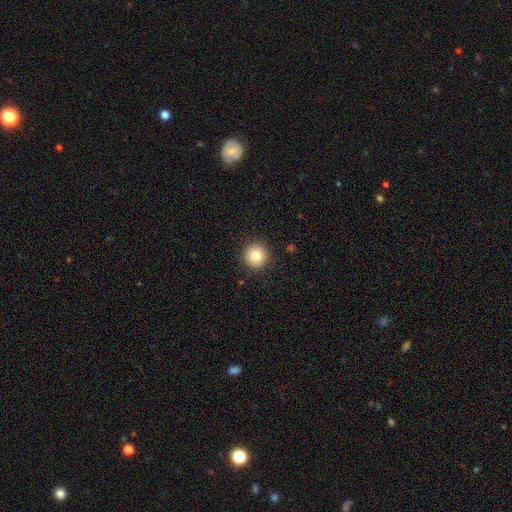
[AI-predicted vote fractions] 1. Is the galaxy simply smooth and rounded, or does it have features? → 80% smooth, 10% star or artifact, 10% featured or disk.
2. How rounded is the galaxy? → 96% round, 3% in between, 1% cigar-shaped.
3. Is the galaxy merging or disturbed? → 92% none, 5% minor disturbance, 2% major disturbance, 1% merger.